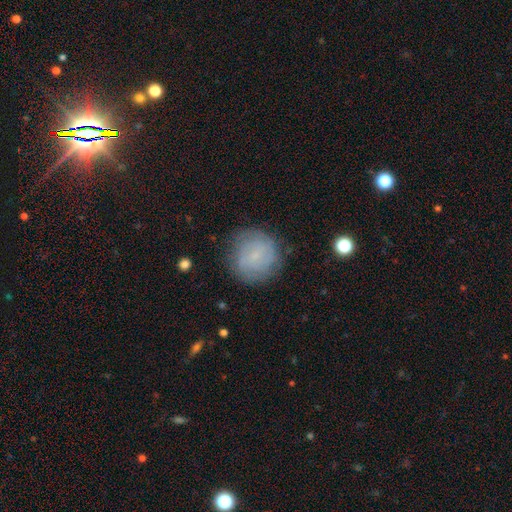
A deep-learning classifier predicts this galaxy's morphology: Smooth or featured? smooth (52%)
How rounded? round (91%)
Merging? none (79%)